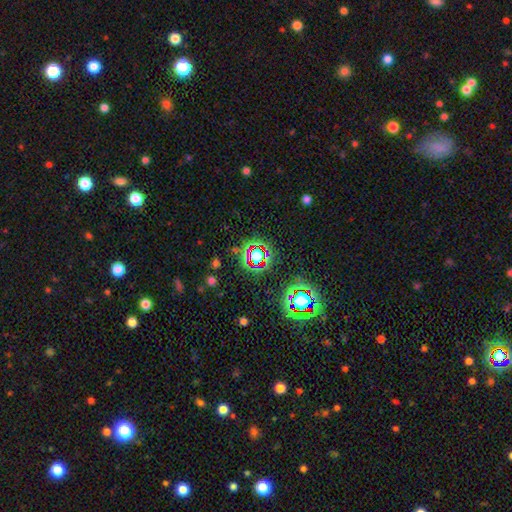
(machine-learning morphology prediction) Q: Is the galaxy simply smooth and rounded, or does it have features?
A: star or artifact — 68%.